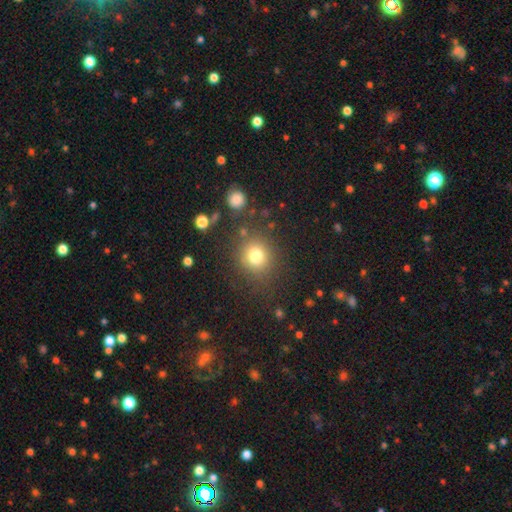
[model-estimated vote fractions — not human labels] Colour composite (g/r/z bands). It shows a smooth galaxy with no disk features (78%) that is round (87%). Merging: none (81%).